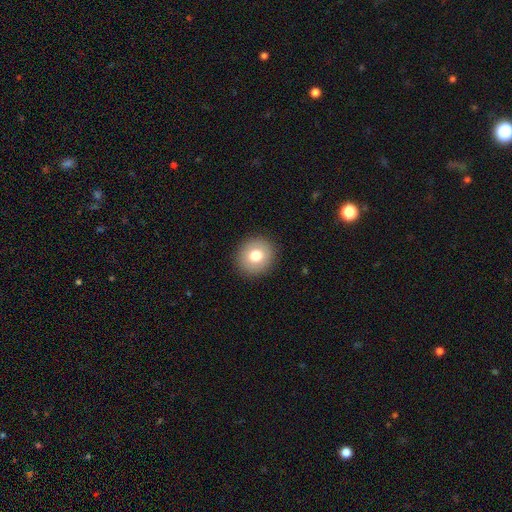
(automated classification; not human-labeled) A smooth galaxy with no disk features (76%) that is round (87%). Merging: none (91%).